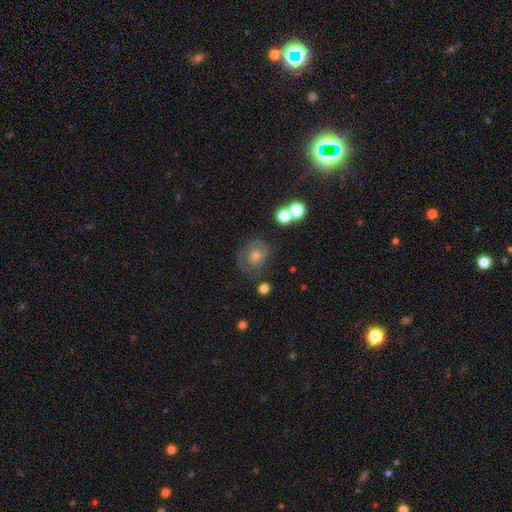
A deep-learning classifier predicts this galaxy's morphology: This appears to be a featured or disk galaxy (59%) with no bar (80%), spiral arms (80%) and a moderate central bulge (51%). Merging: none (69%).